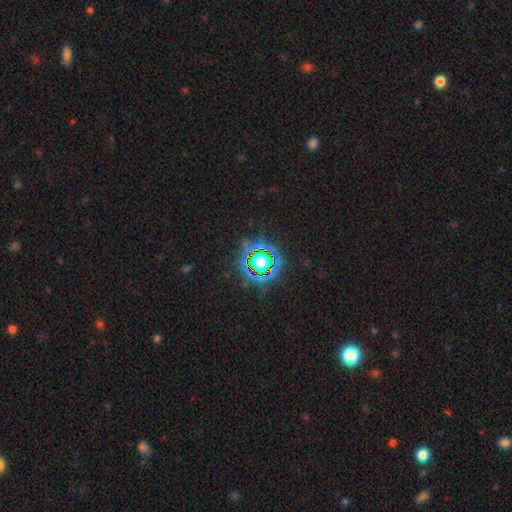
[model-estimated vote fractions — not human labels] This is clearly a star or artifact rather than a galaxy (83%).